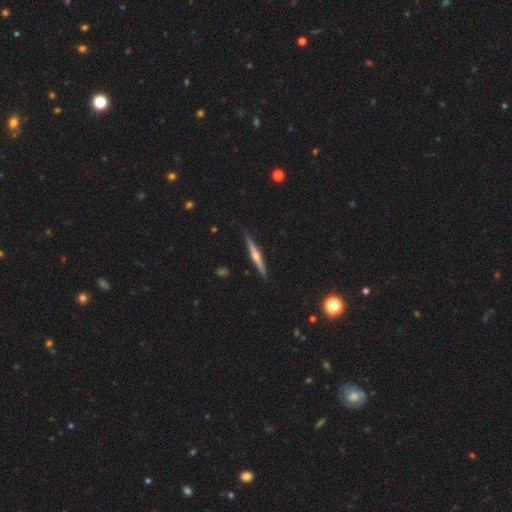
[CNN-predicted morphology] Smooth or featured?
  - featured or disk: 71% *
  - smooth: 23%
  - star or artifact: 6%
Edge-on disk?
  - yes: 98% *
  - no: 2%
Edge-on bulge?
  - rounded: 83% *
  - none: 11%
  - boxy: 6%
Merging?
  - none: 89% *
  - minor disturbance: 8%
  - major disturbance: 1%
  - merger: 1%